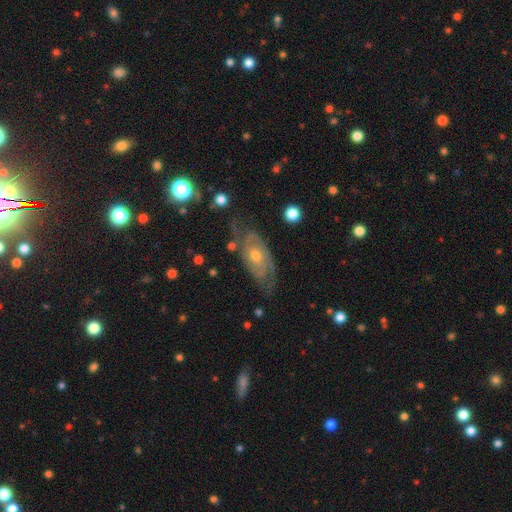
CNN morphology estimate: This is clearly a featured or disk galaxy (82%). It is clearly not viewed edge-on (92%). Bar: likely no (72%). Spiral arm pattern: clearly yes (93%). Spiral arm count: possibly 2 (57%). Spiral winding: possibly tight (60%). Central bulge: possibly moderate (54%). Merging: likely none (73%).